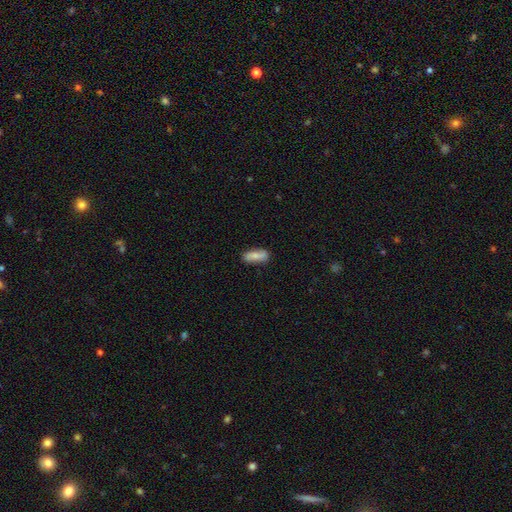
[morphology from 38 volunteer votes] Smooth or featured?
  - smooth: 68% *
  - featured or disk: 26%
  - star or artifact: 5%
How rounded?
  - in between: 65% *
  - cigar-shaped: 35%
  - round: 0%
Merging?
  - none: 89% *
  - merger: 8%
  - minor disturbance: 3%
  - major disturbance: 0%